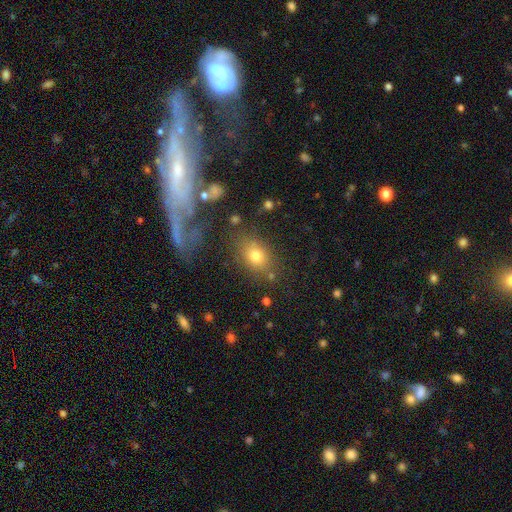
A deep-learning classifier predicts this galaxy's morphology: Smooth or featured?
  - smooth: 73% *
  - featured or disk: 14%
  - star or artifact: 13%
How rounded?
  - in between: 65% *
  - round: 33%
  - cigar-shaped: 2%
Merging?
  - none: 71% *
  - minor disturbance: 14%
  - merger: 8%
  - major disturbance: 8%